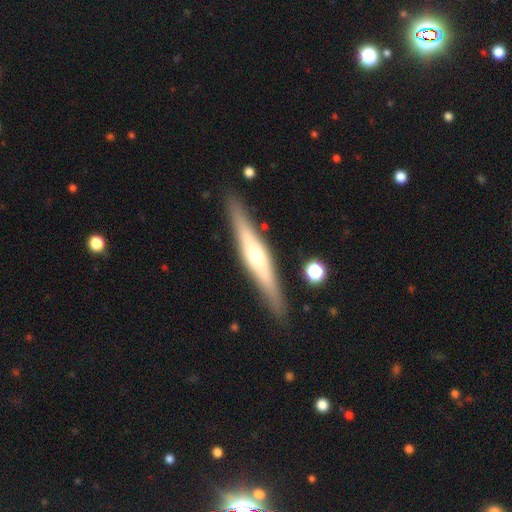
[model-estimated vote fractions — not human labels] smooth-or-featured: featured or disk: 64% | smooth: 30% | star or artifact: 6%
  disk-edge-on: yes: 95% | no: 5%
    edge-on-bulge: rounded: 83% | none: 10% | boxy: 7%
  merging: none: 88% | minor disturbance: 8% | merger: 2% | major disturbance: 2%